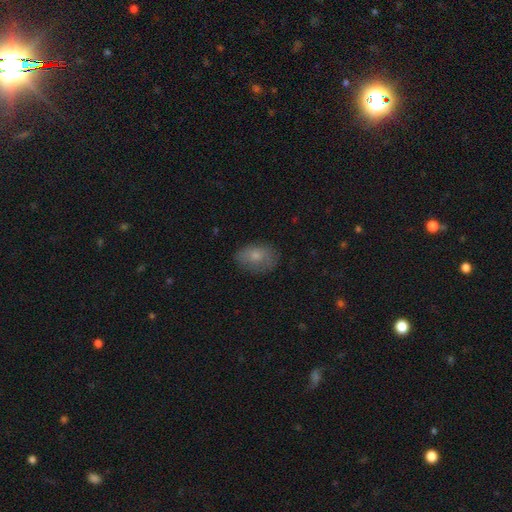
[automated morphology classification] smooth 73%, featured or disk 19%, star or artifact 9%. Down the decision tree: how rounded — in between (79%); merging — none (71%).